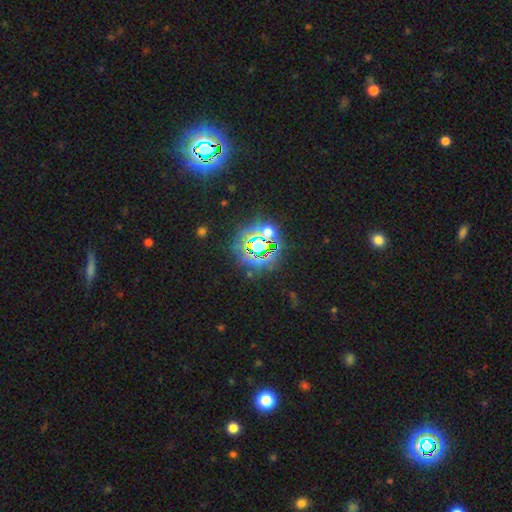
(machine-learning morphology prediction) The model was most divided on "smooth or featured": star or artifact: 80%, smooth: 12%, featured or disk: 8%.